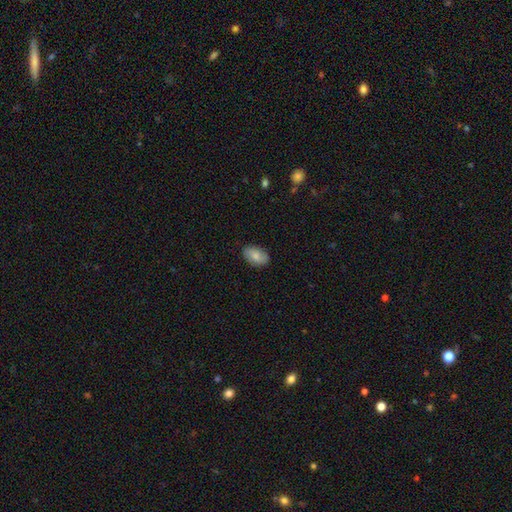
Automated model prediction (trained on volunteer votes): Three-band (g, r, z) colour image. It shows a smooth galaxy with no disk features (79%) that is in between round and cigar-shaped (92%). Merging: none (85%).